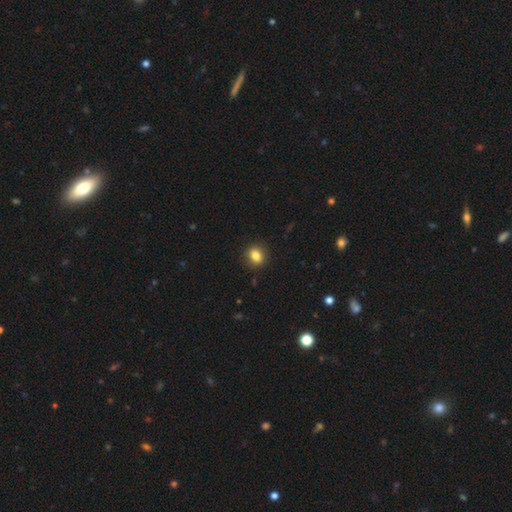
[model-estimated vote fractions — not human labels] Overall: smooth (84%). How rounded: round (54%; in between 44%). Merging: none (88%).